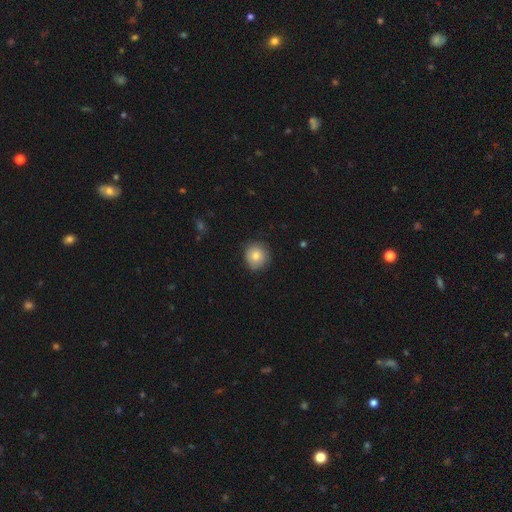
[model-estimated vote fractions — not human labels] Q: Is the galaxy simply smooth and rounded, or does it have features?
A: smooth — 80%.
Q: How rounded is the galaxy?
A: round — 91%.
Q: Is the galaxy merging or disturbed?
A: none — 83%.